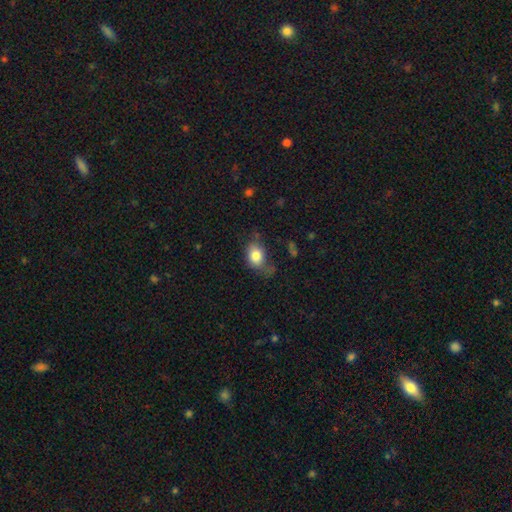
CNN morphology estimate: This appears to be a smooth galaxy with no disk features (81%) that is in between round and cigar-shaped (72%). Merging: none (52%).